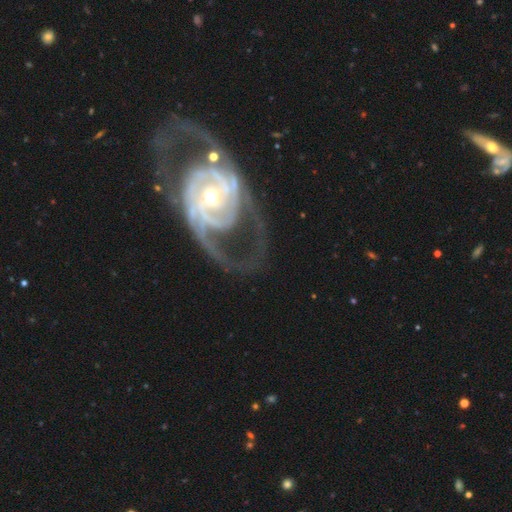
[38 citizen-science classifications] A featured or disk galaxy (89%) with no bar (52%), 2 (93%) tight (67%) spiral arms (91%) and a small central bulge (64%). Merging: none (77%).